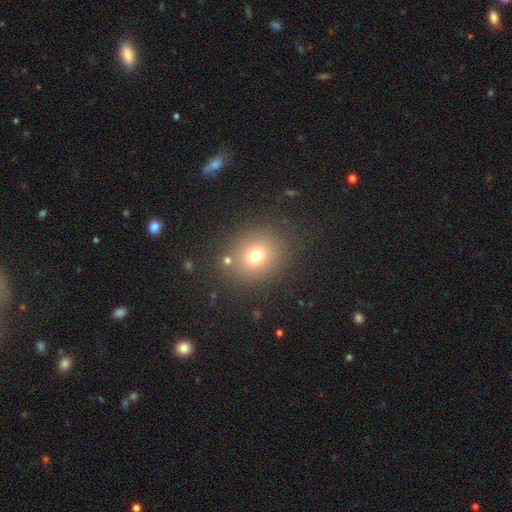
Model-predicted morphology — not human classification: Smooth or featured?
  - smooth: 72% *
  - star or artifact: 17%
  - featured or disk: 11%
How rounded?
  - round: 72% *
  - in between: 28%
  - cigar-shaped: 1%
Merging?
  - none: 81% *
  - minor disturbance: 10%
  - merger: 5%
  - major disturbance: 5%